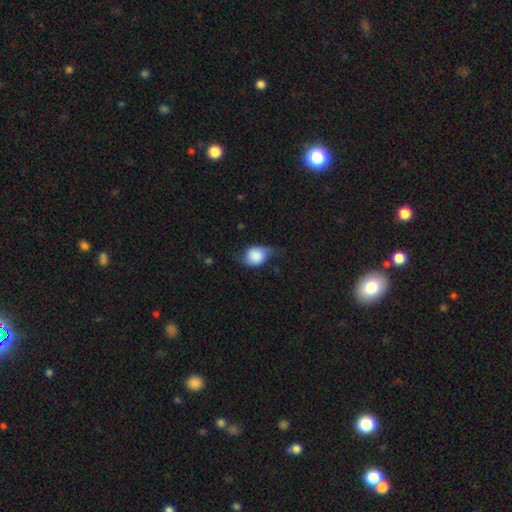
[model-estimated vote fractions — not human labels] smooth-or-featured: smooth: 71% | featured or disk: 20% | star or artifact: 9%
  how-rounded: in between: 55% | round: 44% | cigar-shaped: 1%
  merging: none: 45% | minor disturbance: 37% | major disturbance: 16% | merger: 2%